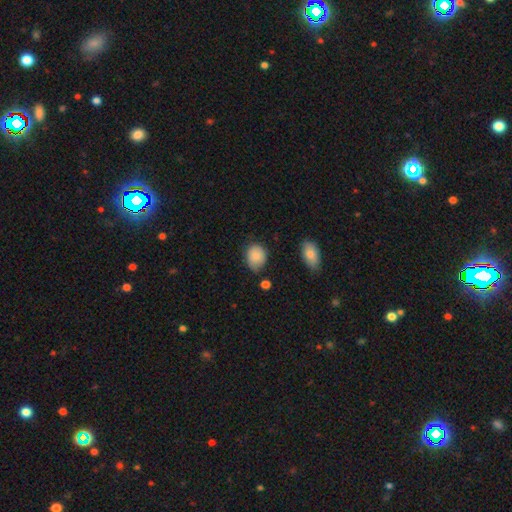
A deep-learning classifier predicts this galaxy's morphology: Q: Smooth or featured?
A: smooth (85%); runner-up: star or artifact (8%)
Q: How rounded?
A: in between (51%); runner-up: round (48%)
Q: Merging?
A: none (65%); runner-up: minor disturbance (27%)